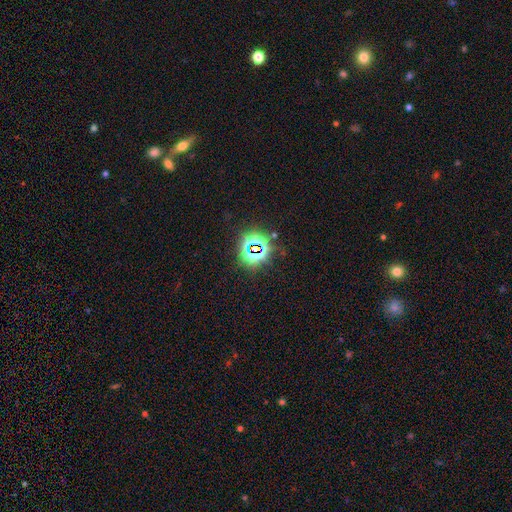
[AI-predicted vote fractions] smooth_or_featured: star or artifact (p=0.75) [alt: smooth p=0.16]